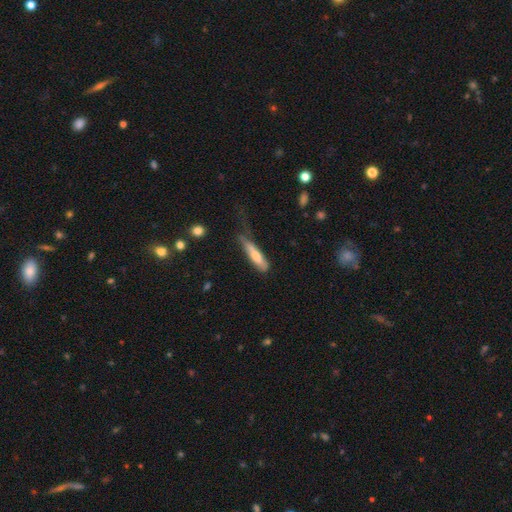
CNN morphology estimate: Overall: smooth (64%; featured or disk 29%). How rounded: cigar-shaped (77%). Merging: none (34%, tied with minor disturbance).